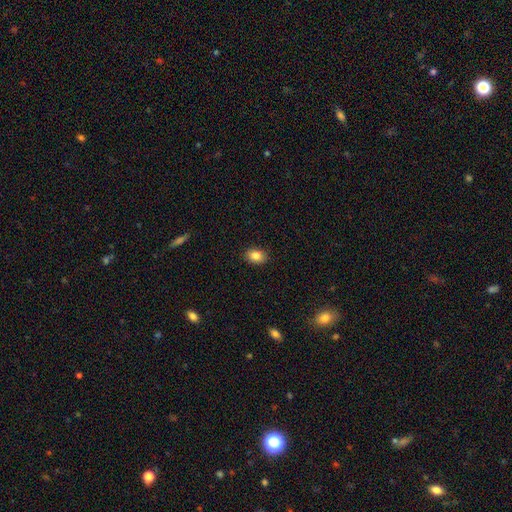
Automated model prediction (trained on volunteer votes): A smooth galaxy with no disk features (85%) that is in between round and cigar-shaped (76%).

Vote fractions:
- Smooth or featured? smooth: 85% / star or artifact: 9% / featured or disk: 7%
- How rounded? in between: 76% / round: 23% / cigar-shaped: 1%
- Merging? none: 90% / minor disturbance: 8% / major disturbance: 2% / merger: 1%